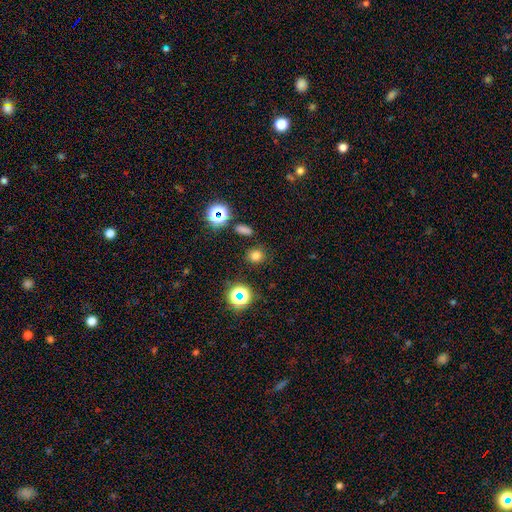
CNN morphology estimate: Smooth or featured?
  - smooth: 73% *
  - star or artifact: 21%
  - featured or disk: 6%
How rounded?
  - round: 80% *
  - in between: 19%
  - cigar-shaped: 1%
Merging?
  - none: 84% *
  - minor disturbance: 9%
  - merger: 4%
  - major disturbance: 3%